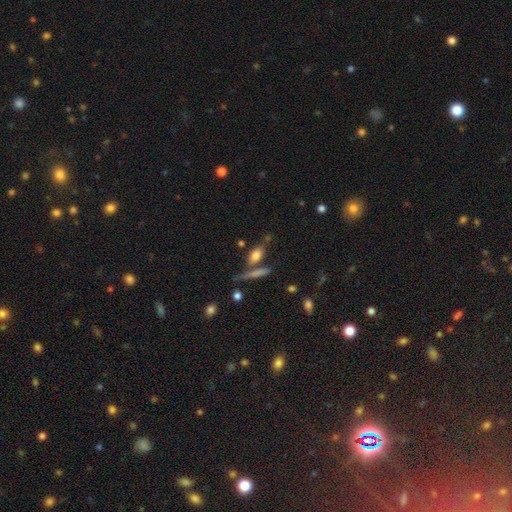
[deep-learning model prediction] Morphology: type=smooth (75%); roundness=in between (70%); merging=none (64%).